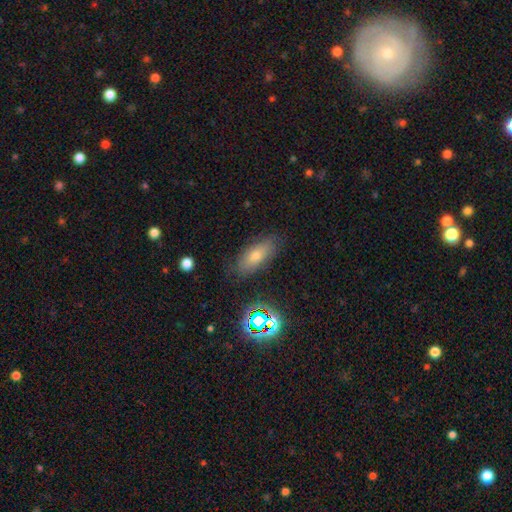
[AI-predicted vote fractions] Smooth or featured? smooth (65%)
How rounded? in between (76%)
Merging? none (82%)